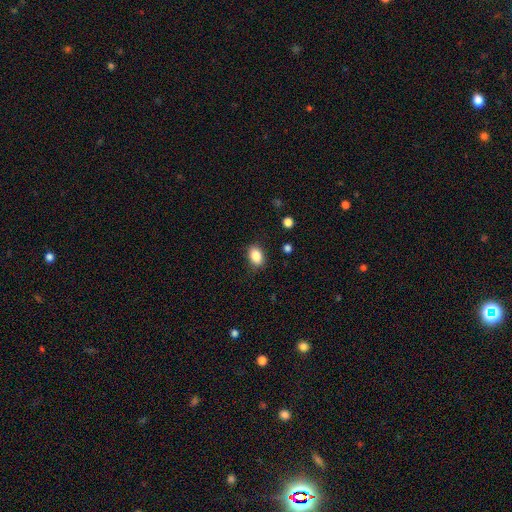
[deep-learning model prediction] Smooth or featured? Predicted: smooth (p=0.87). How rounded? Predicted: in between (p=0.82). Merging? Predicted: none (p=0.84).